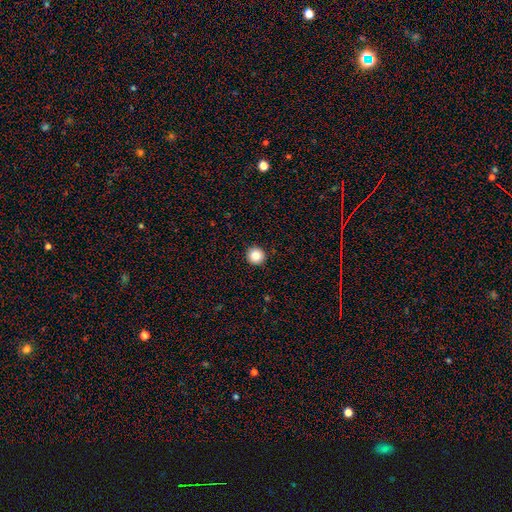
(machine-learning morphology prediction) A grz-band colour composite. It shows a smooth galaxy with no disk features (86%) that is round (95%). Merging: none (93%).